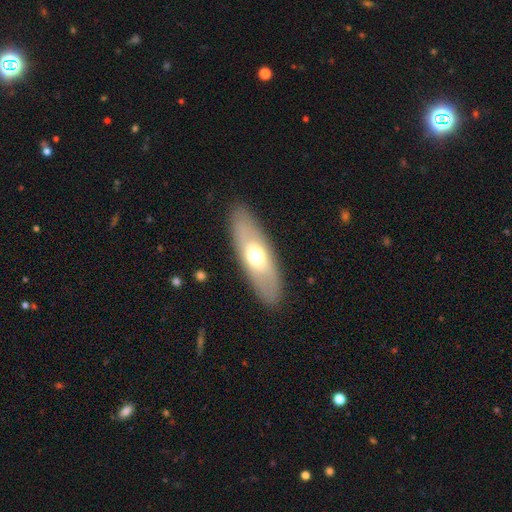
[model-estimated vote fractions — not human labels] Q: Smooth or featured?
A: smooth (55%); runner-up: featured or disk (39%)
Q: How rounded?
A: in between (66%); runner-up: cigar-shaped (31%)
Q: Merging?
A: none (87%); runner-up: minor disturbance (9%)